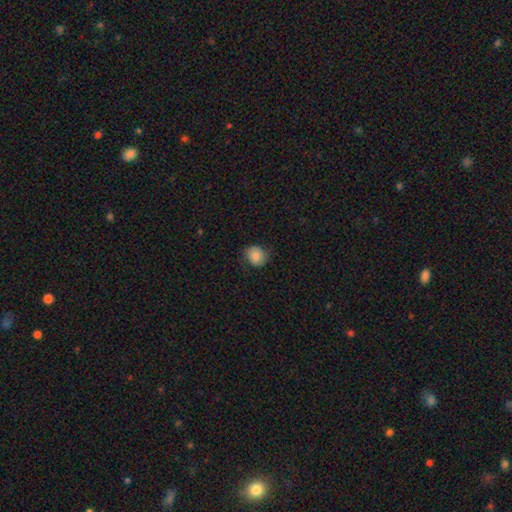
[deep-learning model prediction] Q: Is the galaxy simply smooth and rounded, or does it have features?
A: smooth — 83%.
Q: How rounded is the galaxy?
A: round — 75%.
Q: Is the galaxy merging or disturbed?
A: none — 79%.